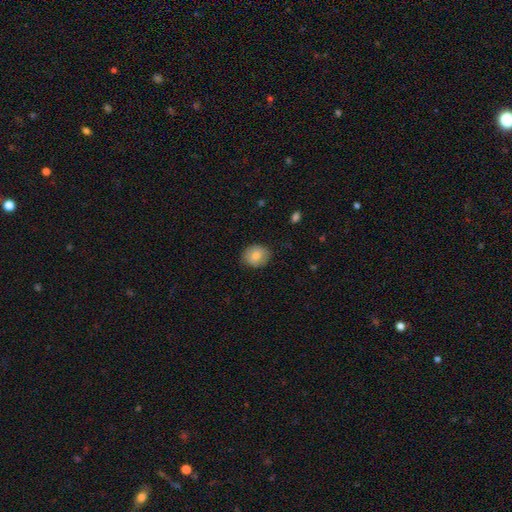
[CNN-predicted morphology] Q: Smooth or featured?
A: smooth (80%); runner-up: featured or disk (12%)
Q: How rounded?
A: round (64%); runner-up: in between (36%)
Q: Merging?
A: none (84%); runner-up: minor disturbance (12%)